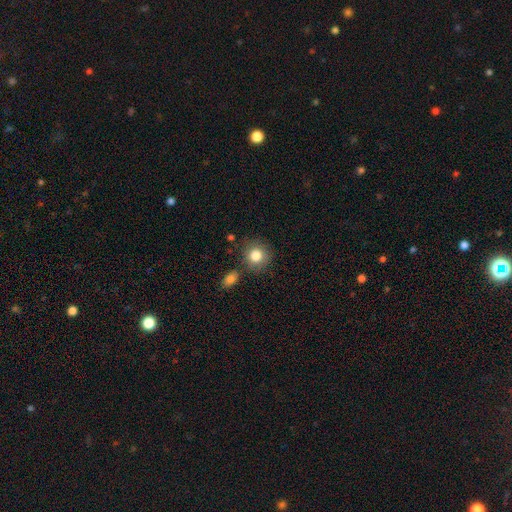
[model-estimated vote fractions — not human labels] Morphology: type=smooth (82%); roundness=round (87%); merging=none (78%).